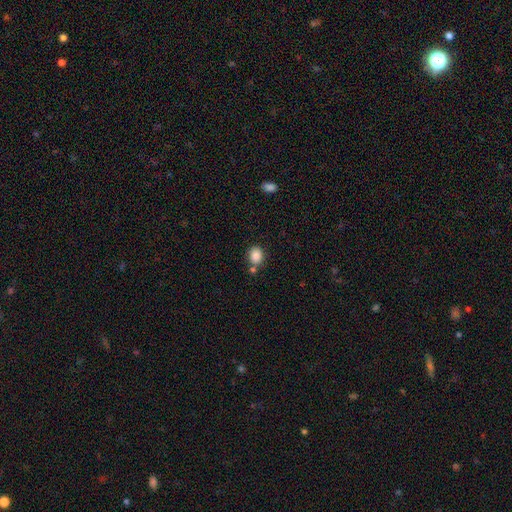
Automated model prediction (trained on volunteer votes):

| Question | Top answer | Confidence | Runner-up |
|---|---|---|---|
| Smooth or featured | smooth | 86% | star or artifact (9%) |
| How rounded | round | 57% | in between (42%) |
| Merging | none | 67% | merger (16%) |